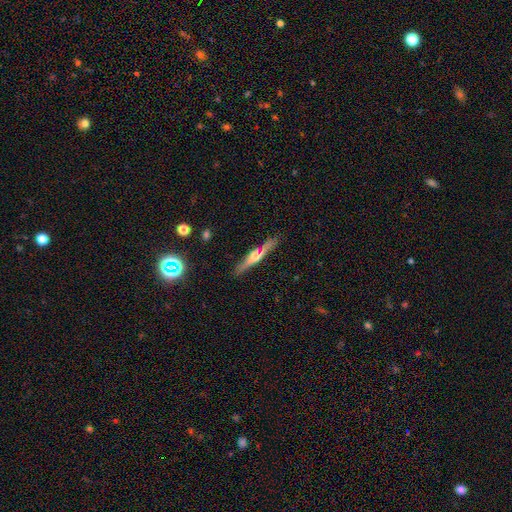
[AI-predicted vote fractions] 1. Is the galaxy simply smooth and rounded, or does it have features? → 69% featured or disk, 25% smooth, 7% star or artifact.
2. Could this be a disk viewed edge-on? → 97% yes, 3% no.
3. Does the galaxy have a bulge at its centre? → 88% rounded, 7% boxy, 5% none.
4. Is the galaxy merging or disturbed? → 87% none, 9% minor disturbance, 2% merger, 2% major disturbance.